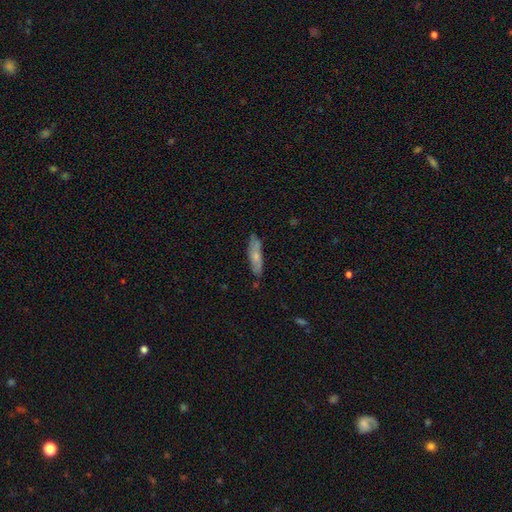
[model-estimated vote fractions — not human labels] smooth_or_featured: smooth (p=0.63) [alt: featured or disk p=0.30]
how_rounded: cigar-shaped (p=0.72) [alt: in between p=0.26]
merging: none (p=0.80) [alt: minor disturbance p=0.16]